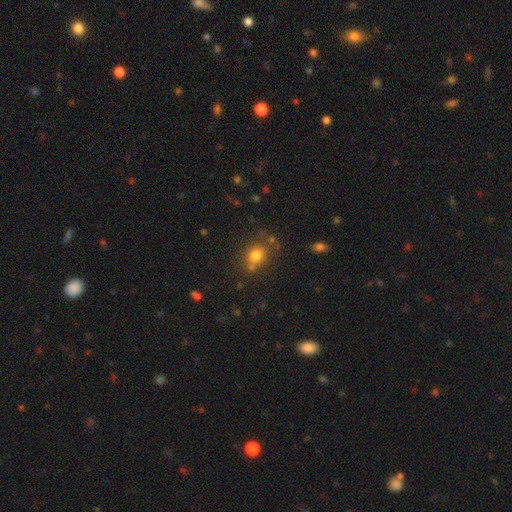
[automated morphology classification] Smooth or featured? Predicted: smooth (p=0.76). How rounded? Predicted: round (p=0.71). Merging? Predicted: none (p=0.69).